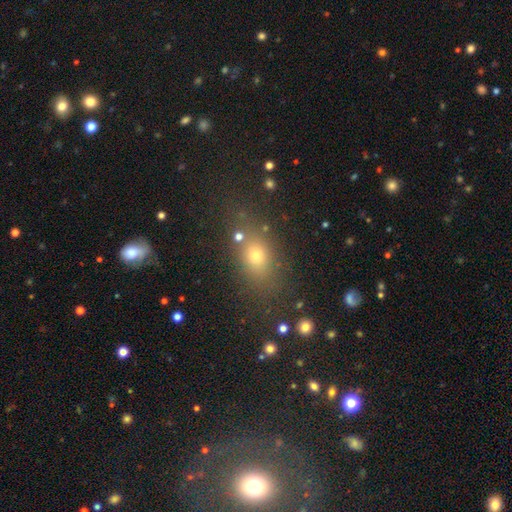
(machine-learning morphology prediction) Overall: smooth (71%). How rounded: in between (65%; round 28%). Merging: none (76%).